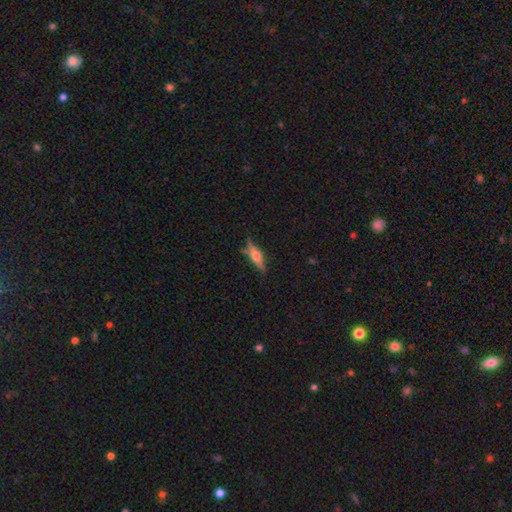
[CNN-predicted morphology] Smooth or featured: featured or disk — 60% (smooth — 32%)
Edge-on disk: yes — 94% (no — 6%)
Edge-on bulge: rounded — 90% (boxy — 7%)
Merging: none — 77% (minor disturbance — 15%)